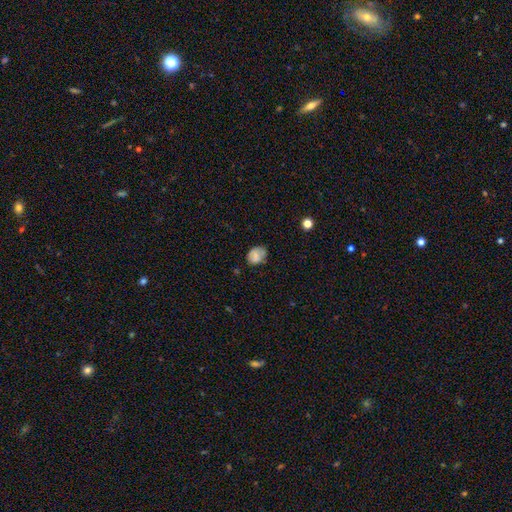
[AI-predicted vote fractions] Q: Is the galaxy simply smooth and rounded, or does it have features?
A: smooth — 74%.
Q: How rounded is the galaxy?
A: in between — 59%.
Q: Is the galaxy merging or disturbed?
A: none — 62%.